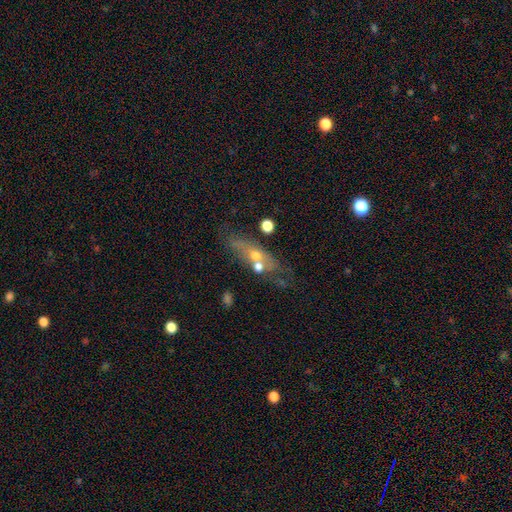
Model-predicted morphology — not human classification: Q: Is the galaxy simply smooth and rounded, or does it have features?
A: featured or disk — 50%.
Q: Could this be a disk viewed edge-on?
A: no — 56%.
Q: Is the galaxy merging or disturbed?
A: none — 58%.